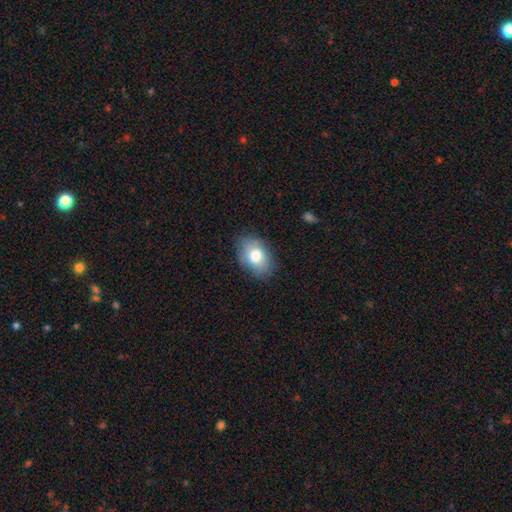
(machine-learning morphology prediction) This appears to be a smooth galaxy with no disk features (77%) that is in between round and cigar-shaped (85%). Merging: none (80%).